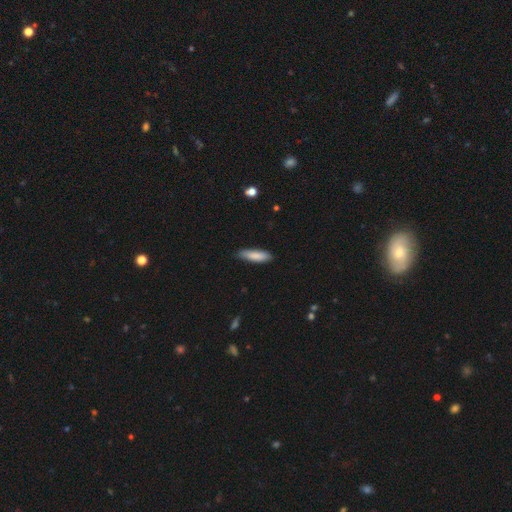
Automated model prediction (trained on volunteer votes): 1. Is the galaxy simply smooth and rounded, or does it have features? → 84% smooth, 10% featured or disk, 6% star or artifact.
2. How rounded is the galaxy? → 56% cigar-shaped, 42% in between, 1% round.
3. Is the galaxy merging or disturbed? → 82% none, 15% minor disturbance, 2% major disturbance, 1% merger.